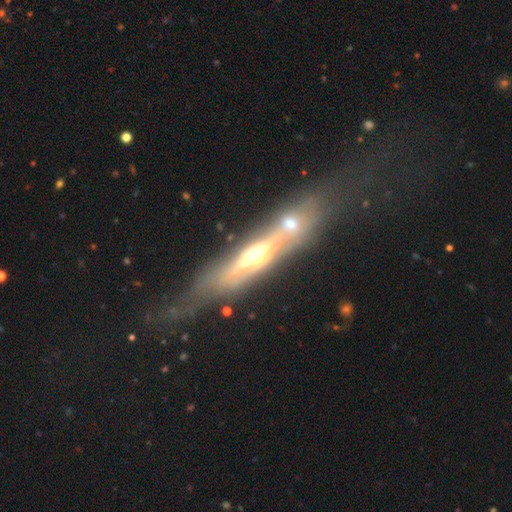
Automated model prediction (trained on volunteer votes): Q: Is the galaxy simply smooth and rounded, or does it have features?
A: featured or disk — 70%.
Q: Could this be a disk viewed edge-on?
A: yes — 76%.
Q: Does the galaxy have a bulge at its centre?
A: rounded — 88%.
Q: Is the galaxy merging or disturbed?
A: none — 43%.